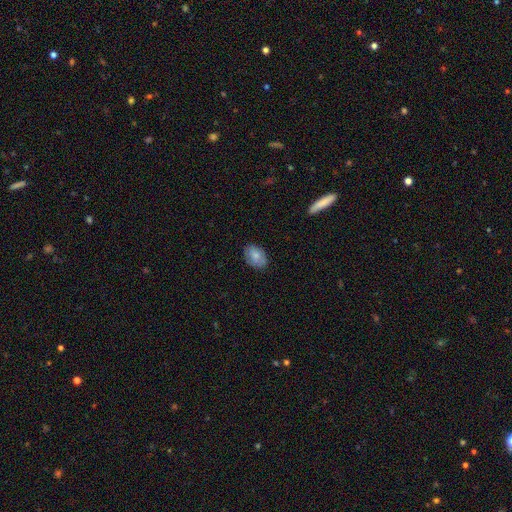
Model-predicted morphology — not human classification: Smooth or featured: smooth — 77% (featured or disk — 16%)
How rounded: in between — 85% (round — 14%)
Merging: none — 81% (minor disturbance — 16%)